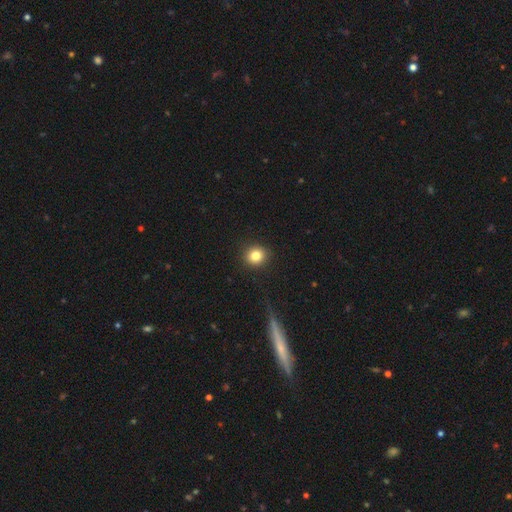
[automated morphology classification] A smooth galaxy with no disk features (82%) that is round (88%). Merging: none (91%).